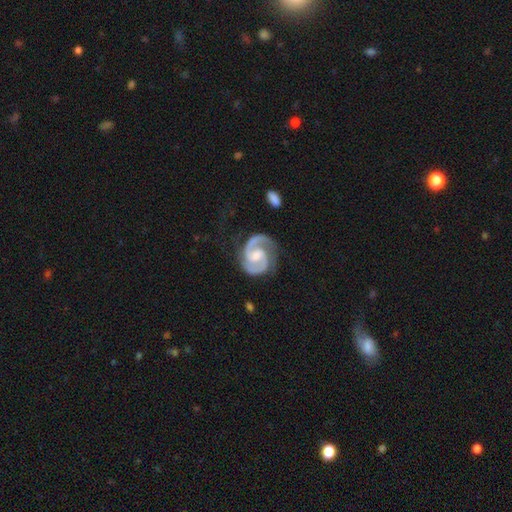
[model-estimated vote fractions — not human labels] Q: Smooth or featured?
A: featured or disk (93%); runner-up: star or artifact (3%)
Q: Edge-on disk?
A: no (99%); runner-up: yes (1%)
Q: Bar?
A: weak (49%); runner-up: no (37%)
Q: Spiral arms?
A: yes (99%); runner-up: no (1%)
Q: Spiral winding?
A: medium (55%); runner-up: tight (36%)
Q: Spiral arm count?
A: 2 (93%); runner-up: can't tell (2%)
Q: Bulge size?
A: moderate (45%); runner-up: small (33%)
Q: Merging?
A: none (76%); runner-up: minor disturbance (16%)